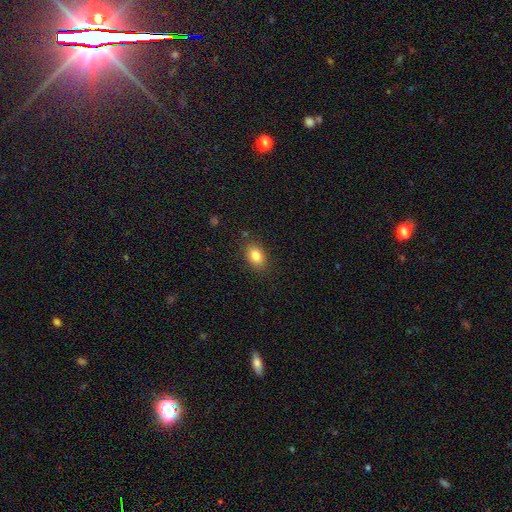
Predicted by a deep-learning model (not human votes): Morphology: type=smooth (83%); roundness=in between (80%); merging=none (85%).